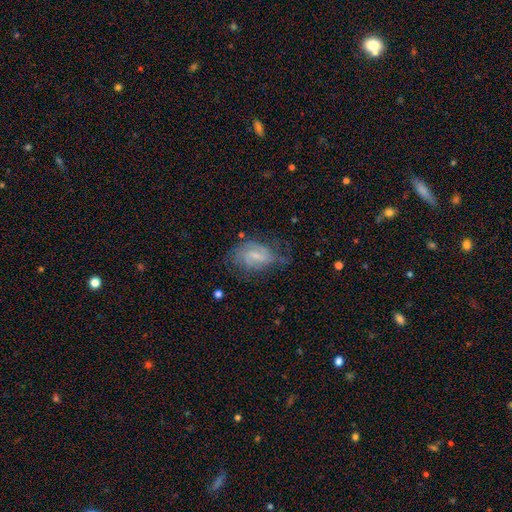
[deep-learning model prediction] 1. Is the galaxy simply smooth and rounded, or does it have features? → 62% featured or disk, 29% smooth, 9% star or artifact.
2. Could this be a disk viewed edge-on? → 96% no, 4% yes.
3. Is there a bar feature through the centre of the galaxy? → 56% weak, 26% no, 18% strong.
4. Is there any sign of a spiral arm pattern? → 81% yes, 19% no.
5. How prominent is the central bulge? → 60% small, 25% moderate, 12% none, 2% large, 1% dominant.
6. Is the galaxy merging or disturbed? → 50% none, 30% minor disturbance, 17% major disturbance, 2% merger.